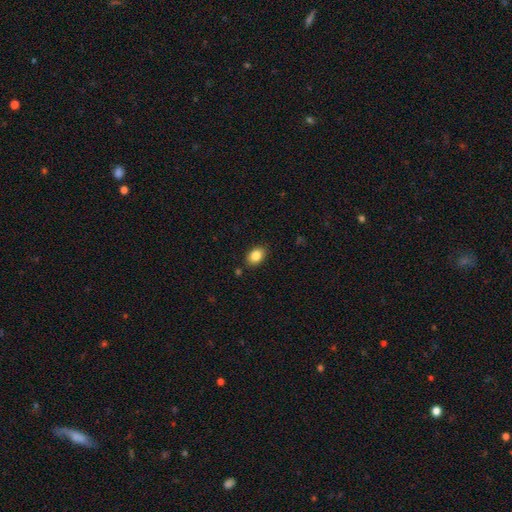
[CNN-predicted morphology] This appears to be a smooth galaxy with no disk features (85%) that is in between round and cigar-shaped (76%). Merging: none (87%).